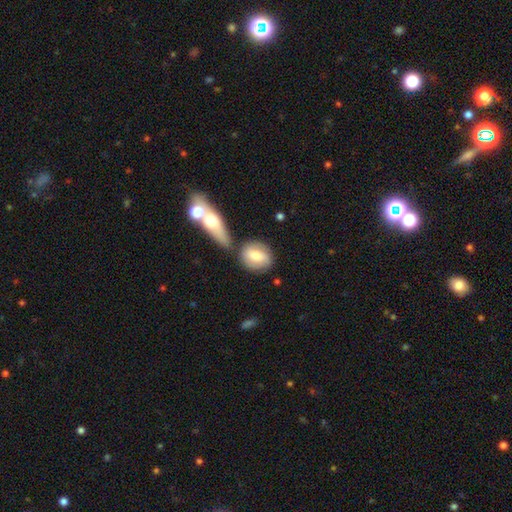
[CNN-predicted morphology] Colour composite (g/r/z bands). It shows a smooth galaxy with no disk features (62%) that is in between round and cigar-shaped (50%). Merging: none (60%).